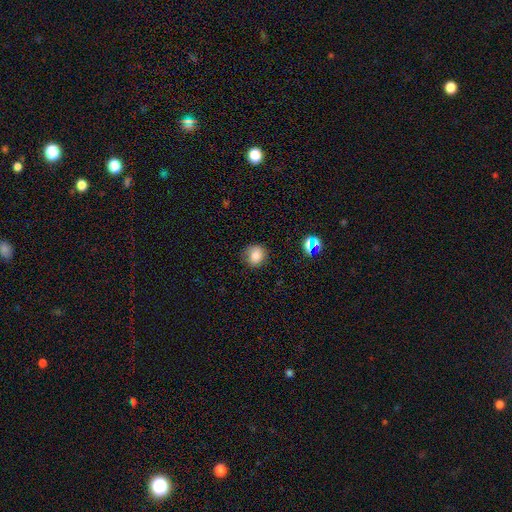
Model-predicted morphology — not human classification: type=smooth (81%); roundness=round (80%); merging=none (80%).